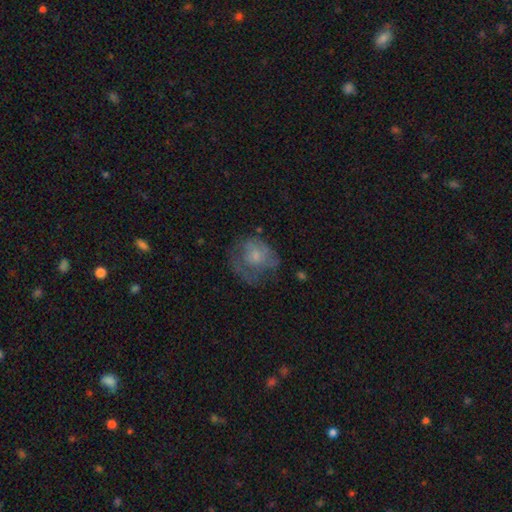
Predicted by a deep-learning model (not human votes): This is possibly a smooth galaxy (53%). How rounded: likely round (61%). Merging: marginally none (37%).